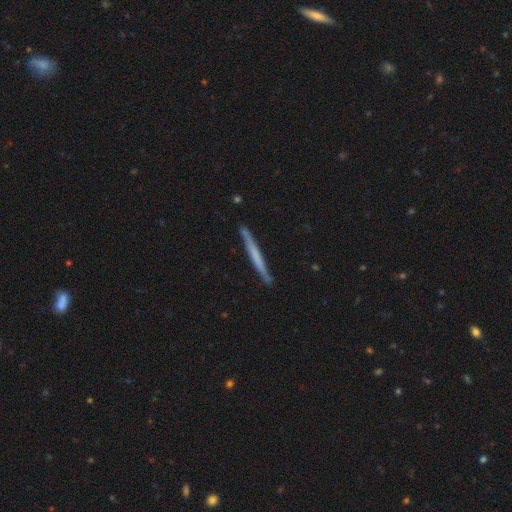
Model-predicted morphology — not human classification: Smooth or featured: featured or disk — 48% (smooth — 47%)
Merging: none — 88% (minor disturbance — 9%)